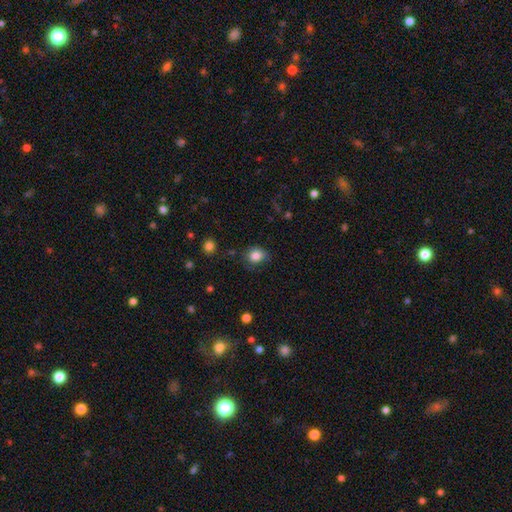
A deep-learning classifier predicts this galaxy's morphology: Smooth or featured?
  - smooth: 85% *
  - star or artifact: 10%
  - featured or disk: 5%
How rounded?
  - round: 65% *
  - in between: 34%
  - cigar-shaped: 1%
Merging?
  - none: 74% *
  - minor disturbance: 19%
  - major disturbance: 5%
  - merger: 2%